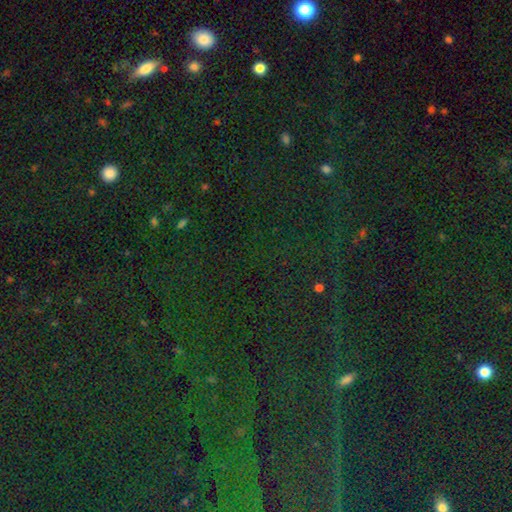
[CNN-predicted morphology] The model was most divided on "smooth or featured": star or artifact: 81%, smooth: 12%, featured or disk: 8%.